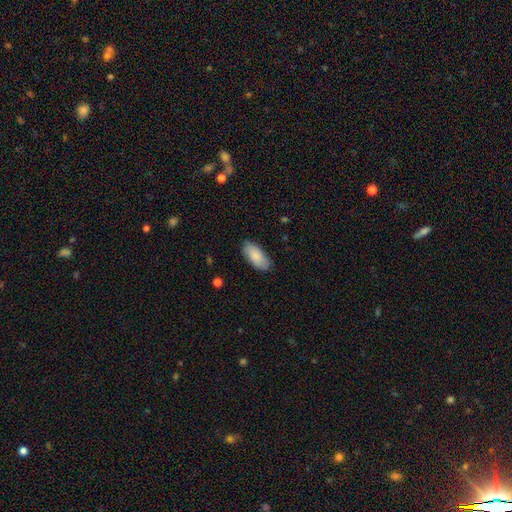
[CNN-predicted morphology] Overall: smooth (85%). How rounded: in between (91%). Merging: none (85%).